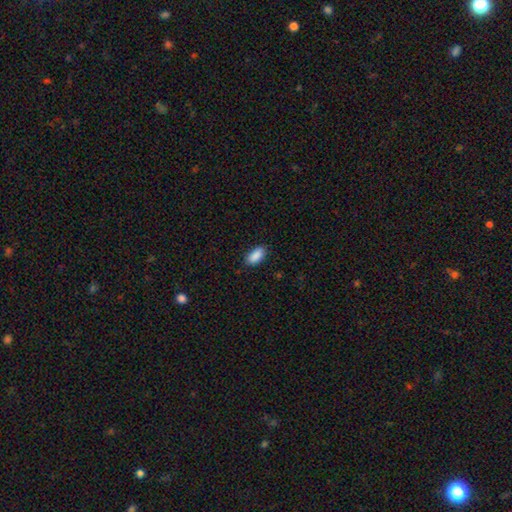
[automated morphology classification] The model was most divided on "merging": none: 86%, minor disturbance: 11%, major disturbance: 2%, merger: 1%. More confident: how rounded — in between (91%); smooth or featured — smooth (90%).